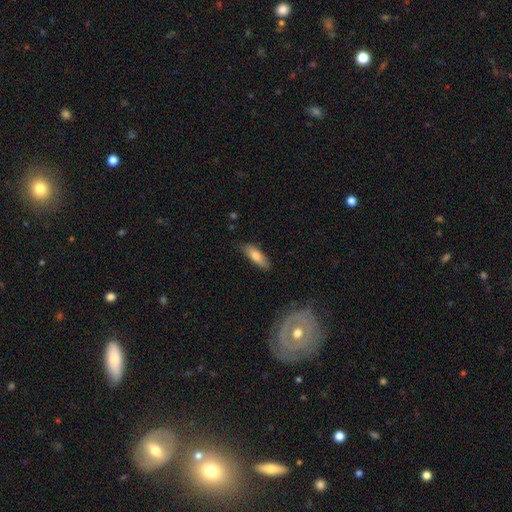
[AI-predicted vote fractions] The model was most divided on "how rounded": in between: 51%, cigar-shaped: 47%, round: 2%. More confident: merging — none (80%); smooth or featured — smooth (73%).